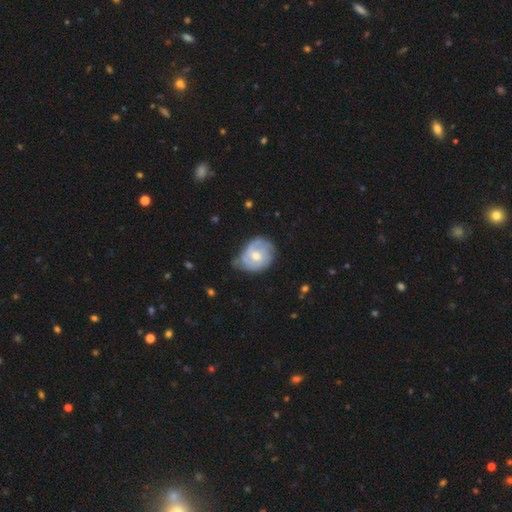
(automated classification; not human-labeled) Smooth or featured?
  - featured or disk: 69% *
  - smooth: 25%
  - star or artifact: 6%
Edge-on disk?
  - no: 97% *
  - yes: 3%
Bar?
  - no: 64% *
  - weak: 31%
  - strong: 5%
Spiral arms?
  - yes: 85% *
  - no: 15%
Spiral winding?
  - tight: 52% *
  - medium: 34%
  - loose: 14%
Spiral arm count?
  - 2: 36% *
  - can't tell: 33%
  - 3: 17%
  - 1: 5%
  - 4: 4%
  - more than 4: 3%
Bulge size?
  - moderate: 60% *
  - small: 36%
  - large: 2%
  - none: 1%
  - dominant: 1%
Merging?
  - none: 53% *
  - minor disturbance: 33%
  - major disturbance: 11%
  - merger: 3%